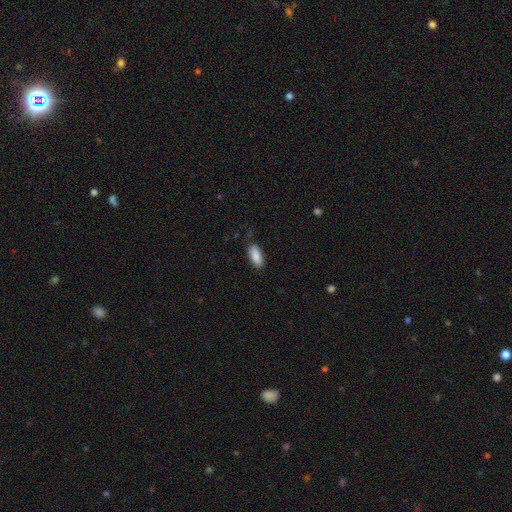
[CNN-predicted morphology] Smooth or featured? smooth (89%)
How rounded? in between (76%)
Merging? none (83%)